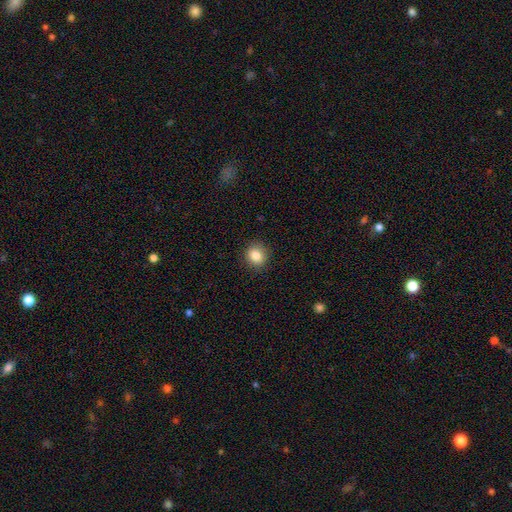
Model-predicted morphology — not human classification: Smooth or featured: smooth — 84% (star or artifact — 10%)
How rounded: round — 77% (in between — 22%)
Merging: none — 90% (minor disturbance — 7%)